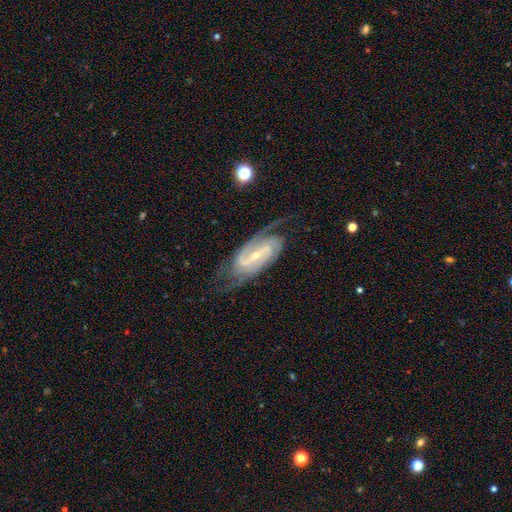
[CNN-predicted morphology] Smooth or featured: featured or disk — 90% (star or artifact — 5%)
Edge-on disk: no — 95% (yes — 5%)
Bar: strong — 51% (weak — 35%)
Spiral arms: yes — 98% (no — 2%)
Spiral winding: medium — 46% (tight — 40%)
Spiral arm count: 2 — 78% (3 — 7%)
Bulge size: small — 71% (moderate — 25%)
Merging: none — 70% (minor disturbance — 18%)